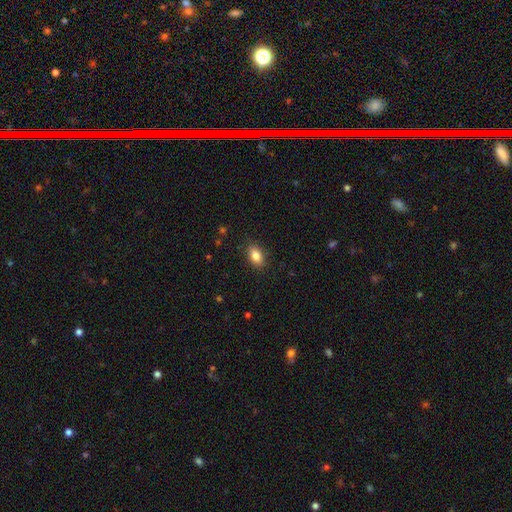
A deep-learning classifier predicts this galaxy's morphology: Overall: smooth (85%). How rounded: in between (87%). Merging: none (87%).